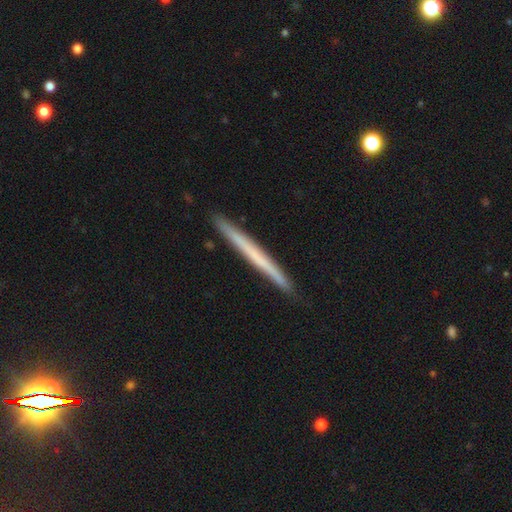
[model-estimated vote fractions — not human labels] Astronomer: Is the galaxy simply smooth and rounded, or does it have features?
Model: smooth — 47%, tied with featured or disk at 47%.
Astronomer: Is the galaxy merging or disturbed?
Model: none — 91%.